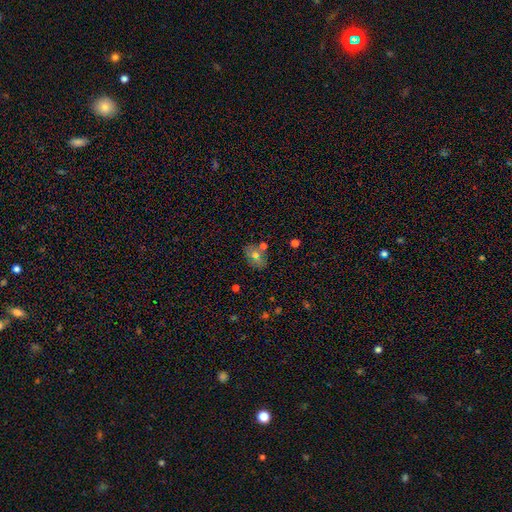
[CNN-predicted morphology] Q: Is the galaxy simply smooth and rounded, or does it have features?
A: smooth — 64%.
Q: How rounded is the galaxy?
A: in between — 76%.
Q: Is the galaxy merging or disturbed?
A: none — 66%.